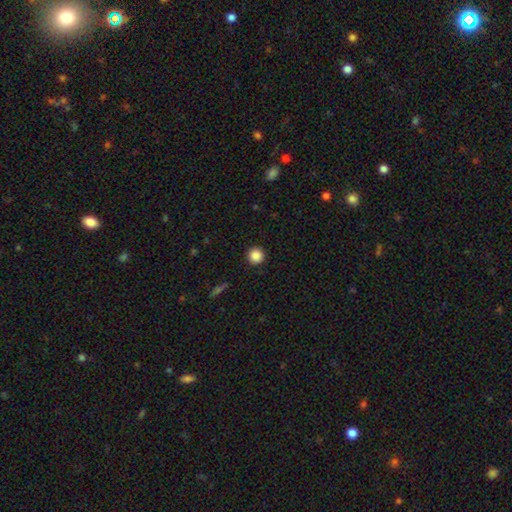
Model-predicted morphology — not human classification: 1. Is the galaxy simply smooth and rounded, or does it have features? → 87% smooth, 10% star or artifact, 3% featured or disk.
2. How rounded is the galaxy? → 96% round, 3% in between, 1% cigar-shaped.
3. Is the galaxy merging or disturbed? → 93% none, 5% minor disturbance, 2% major disturbance, 1% merger.